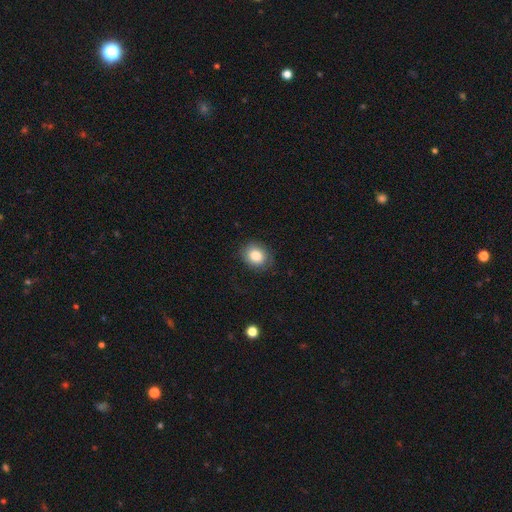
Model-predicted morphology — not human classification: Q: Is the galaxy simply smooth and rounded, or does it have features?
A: smooth — 82%.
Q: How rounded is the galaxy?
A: round — 57%.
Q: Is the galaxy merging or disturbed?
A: none — 82%.